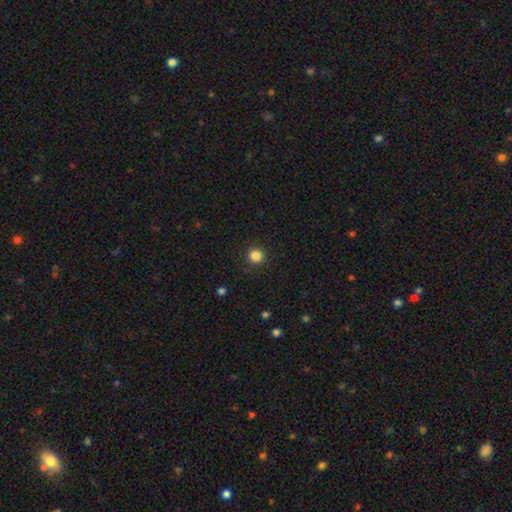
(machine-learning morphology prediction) A smooth galaxy with no disk features (85%) that is round (91%). Merging: none (91%).